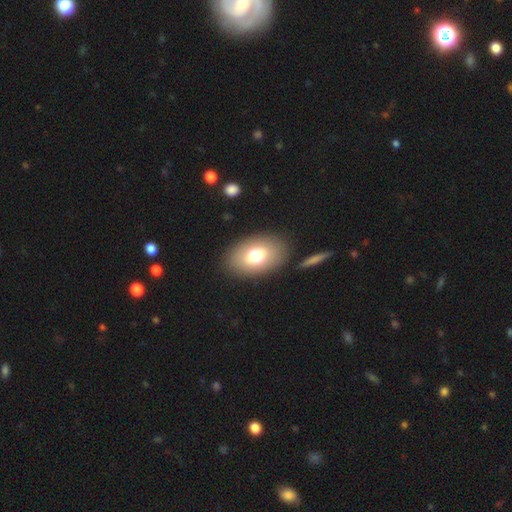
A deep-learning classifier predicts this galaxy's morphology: A smooth galaxy with no disk features (72%) that is in between round and cigar-shaped (86%).

Vote fractions:
- Smooth or featured? smooth: 72% / featured or disk: 19% / star or artifact: 9%
- How rounded? in between: 86% / round: 12% / cigar-shaped: 1%
- Merging? none: 85% / minor disturbance: 8% / major disturbance: 3% / merger: 3%